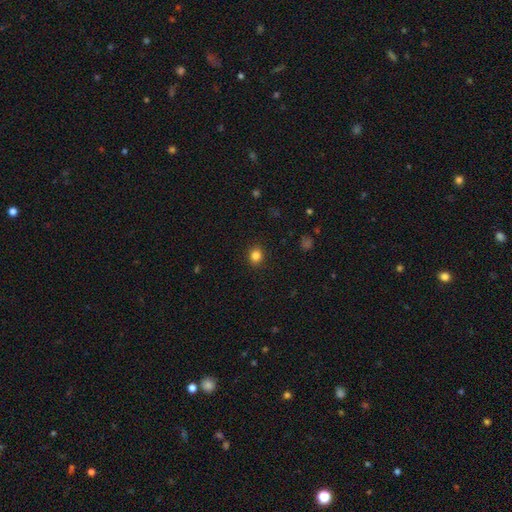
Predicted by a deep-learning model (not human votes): Smooth or featured? Predicted: smooth (p=0.84). How rounded? Predicted: round (p=0.66). Merging? Predicted: none (p=0.90).